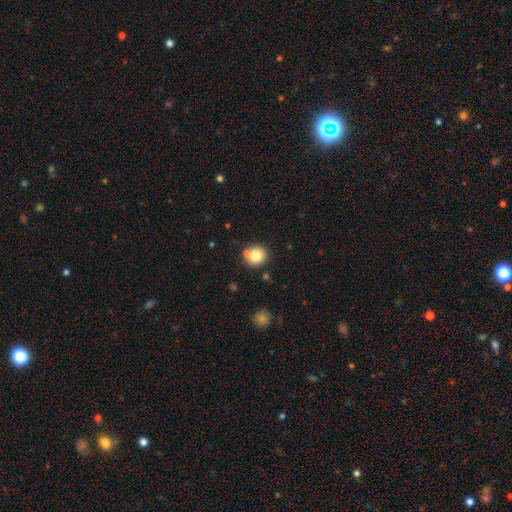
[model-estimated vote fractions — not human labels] Morphology: type=smooth (78%); roundness=round (90%); merging=none (69%).